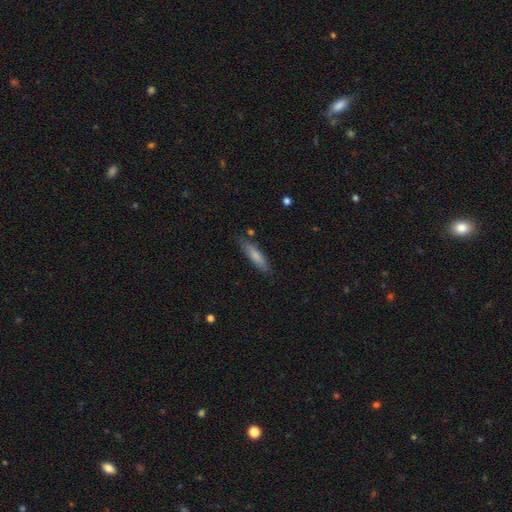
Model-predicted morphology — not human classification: Q: Smooth or featured?
A: smooth (77%); runner-up: featured or disk (17%)
Q: How rounded?
A: cigar-shaped (76%); runner-up: in between (23%)
Q: Merging?
A: none (81%); runner-up: minor disturbance (14%)